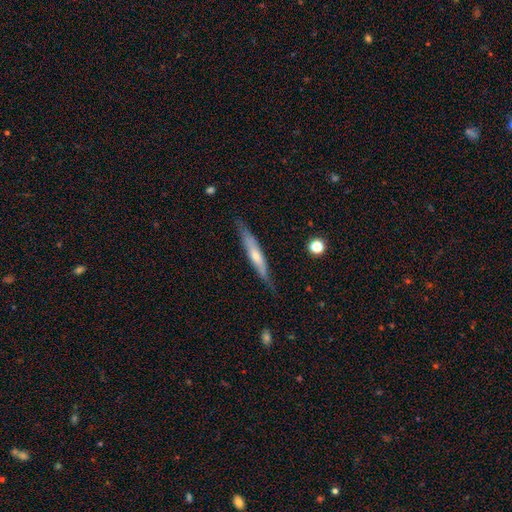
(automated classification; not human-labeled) Smooth or featured? Predicted: featured or disk (p=0.54). Edge-on disk? Predicted: yes (p=0.87). Merging? Predicted: none (p=0.78).